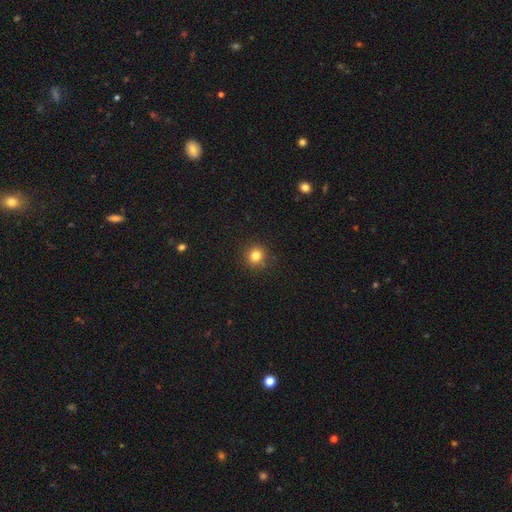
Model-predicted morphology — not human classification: A smooth galaxy with no disk features (81%) that is round (93%).

Vote fractions:
- Smooth or featured? smooth: 81% / star or artifact: 13% / featured or disk: 6%
- How rounded? round: 93% / in between: 6% / cigar-shaped: 1%
- Merging? none: 91% / minor disturbance: 6% / major disturbance: 2% / merger: 1%